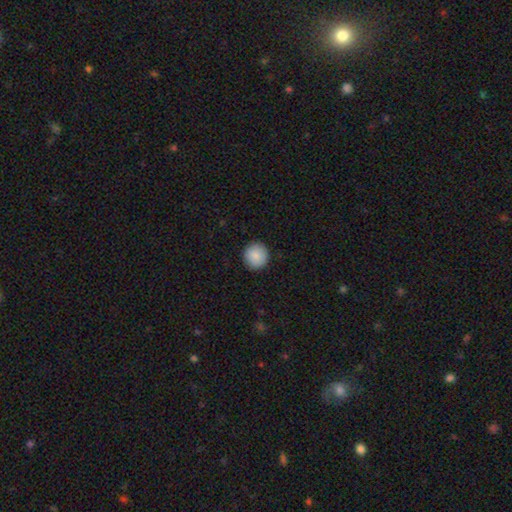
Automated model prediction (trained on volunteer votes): This is clearly a smooth galaxy (89%). How rounded: clearly round (93%). Merging: clearly none (92%).